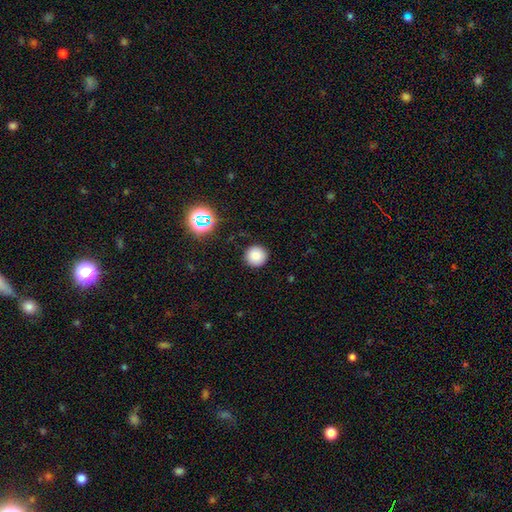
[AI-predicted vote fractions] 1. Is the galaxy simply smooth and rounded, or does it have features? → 82% smooth, 13% star or artifact, 5% featured or disk.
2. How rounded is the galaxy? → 96% round, 3% in between, 1% cigar-shaped.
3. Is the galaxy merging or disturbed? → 91% none, 6% minor disturbance, 2% major disturbance, 1% merger.